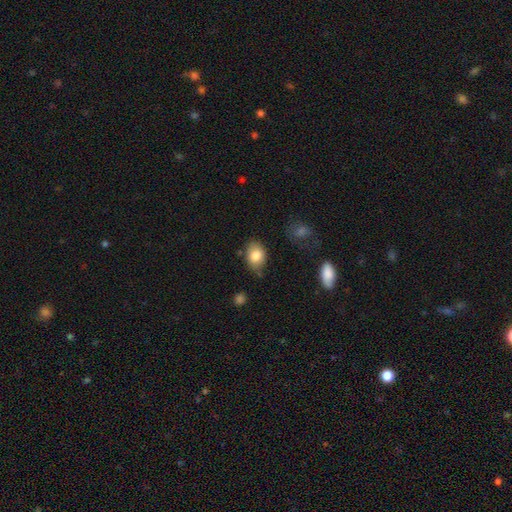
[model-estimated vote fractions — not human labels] Smooth or featured?
  - smooth: 82% *
  - featured or disk: 10%
  - star or artifact: 8%
How rounded?
  - in between: 75% *
  - round: 24%
  - cigar-shaped: 1%
Merging?
  - none: 68% *
  - minor disturbance: 23%
  - major disturbance: 5%
  - merger: 4%